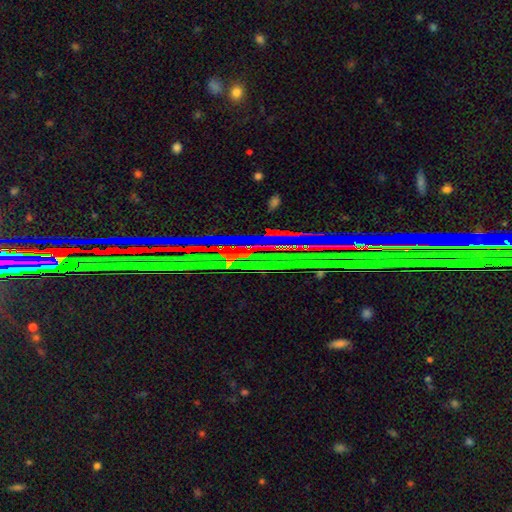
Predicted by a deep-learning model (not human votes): Q: Smooth or featured?
A: star or artifact (76%); runner-up: featured or disk (16%)